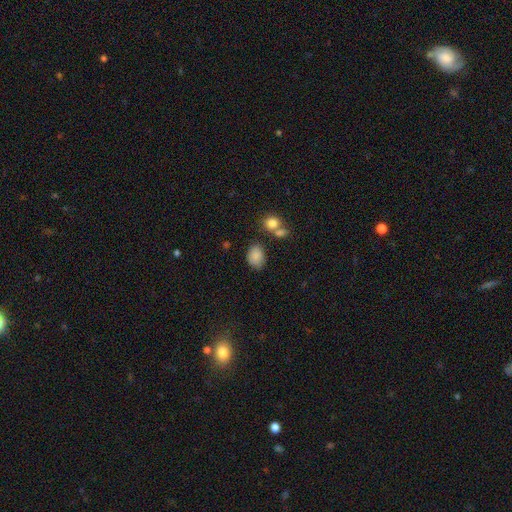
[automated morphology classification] type=smooth (85%); roundness=in between (72%); merging=none (71%).